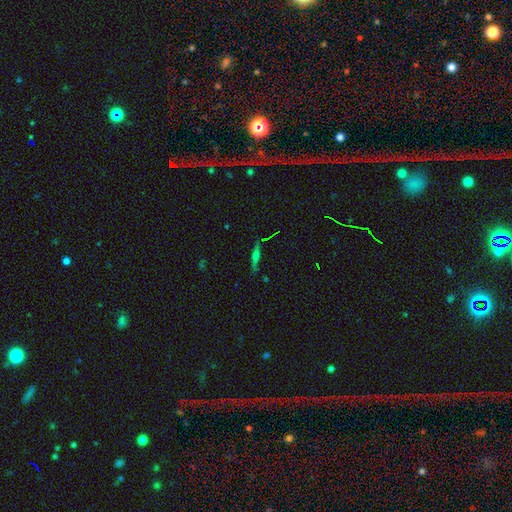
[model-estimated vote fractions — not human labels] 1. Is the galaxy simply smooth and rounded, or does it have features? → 58% featured or disk, 28% smooth, 14% star or artifact.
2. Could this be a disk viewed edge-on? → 95% yes, 5% no.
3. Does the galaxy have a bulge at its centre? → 73% rounded, 16% boxy, 11% none.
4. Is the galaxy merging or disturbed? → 82% none, 12% minor disturbance, 3% major disturbance, 3% merger.